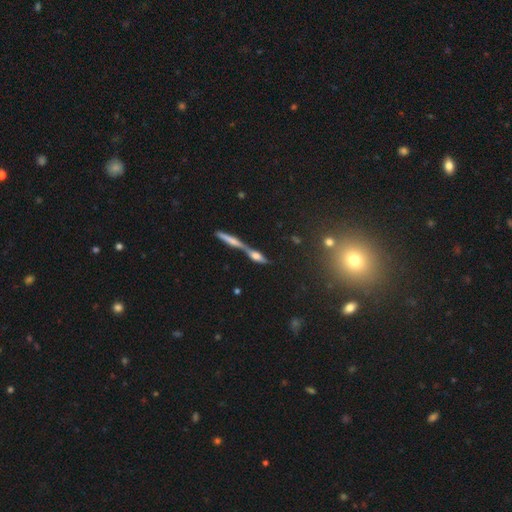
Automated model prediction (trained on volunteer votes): A featured or disk galaxy (44%).

Vote fractions:
- Smooth or featured? featured or disk: 44% / smooth: 39% / star or artifact: 16%
- Merging? merger: 44% / none: 39% / minor disturbance: 10% / major disturbance: 6%